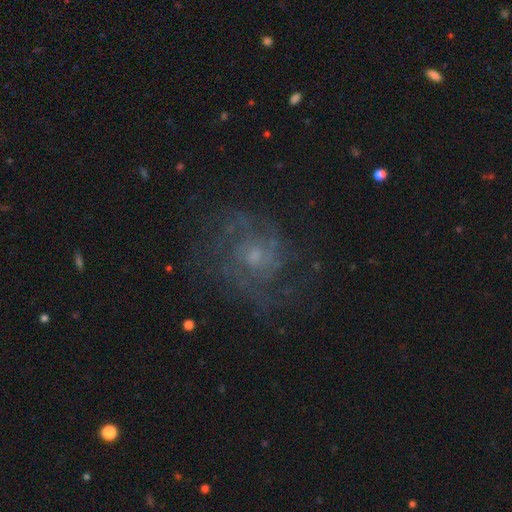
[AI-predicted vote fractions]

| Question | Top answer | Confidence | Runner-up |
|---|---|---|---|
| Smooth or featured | featured or disk | 73% | smooth (15%) |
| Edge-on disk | no | 97% | yes (3%) |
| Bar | no | 75% | weak (22%) |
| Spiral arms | yes | 84% | no (16%) |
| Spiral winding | tight | 42% | tied: medium (42%) |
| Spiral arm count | can't tell | 40% | 2 (22%) |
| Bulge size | small | 52% | moderate (37%) |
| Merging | none | 66% | minor disturbance (17%) |